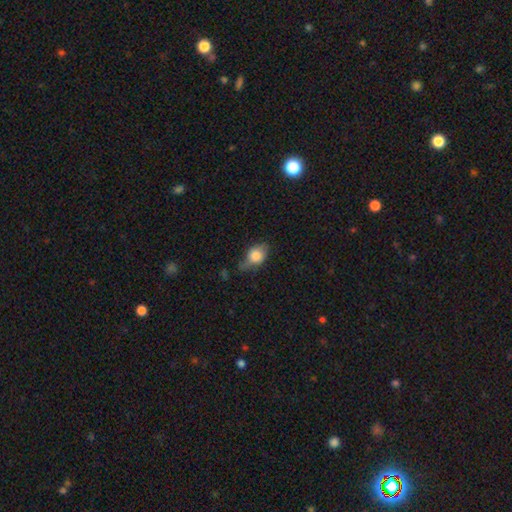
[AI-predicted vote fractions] A smooth galaxy with no disk features (77%) that is in between round and cigar-shaped (65%).

Vote fractions:
- Smooth or featured? smooth: 77% / featured or disk: 14% / star or artifact: 8%
- How rounded? in between: 65% / round: 33% / cigar-shaped: 3%
- Merging? none: 40% / minor disturbance: 39% / major disturbance: 17% / merger: 4%